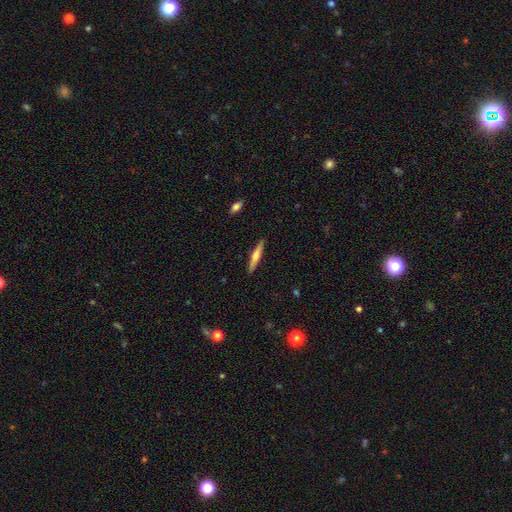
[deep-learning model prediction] Overall: featured or disk (50%; smooth 44%). Edge-on disk: yes (96%). Merging: none (91%).